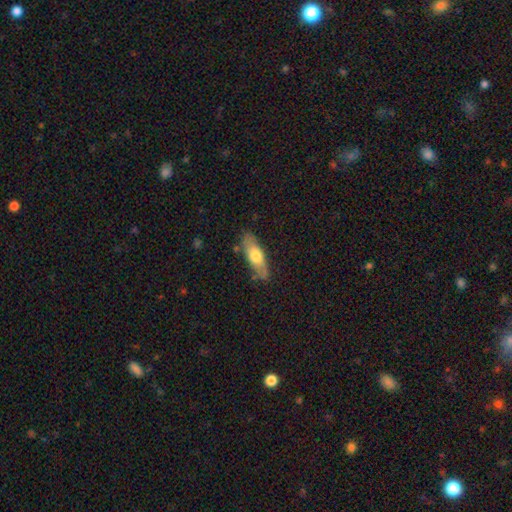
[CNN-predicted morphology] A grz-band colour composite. It shows a smooth galaxy with no disk features (62%) that is in between round and cigar-shaped (55%). Merging: none (77%).